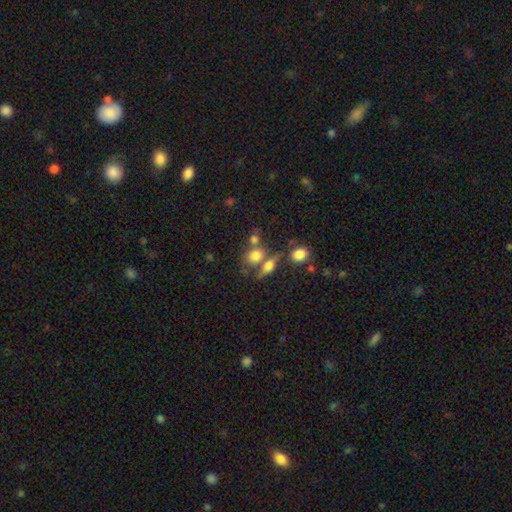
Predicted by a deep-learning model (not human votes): smooth-or-featured: smooth: 74% | featured or disk: 14% | star or artifact: 12%
  how-rounded: in between: 49% | round: 46% | cigar-shaped: 4%
  merging: none: 43% | merger: 37% | minor disturbance: 12% | major disturbance: 7%